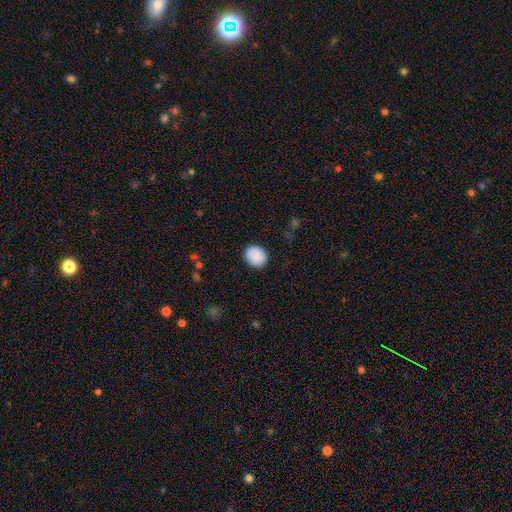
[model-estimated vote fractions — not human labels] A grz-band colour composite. It shows a smooth galaxy with no disk features (89%) that is round (63%). Merging: none (85%).